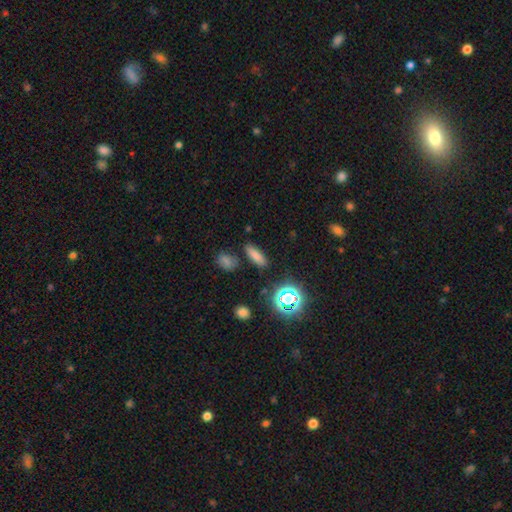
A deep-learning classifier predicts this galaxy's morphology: Smooth or featured? Predicted: smooth (p=0.74). How rounded? Predicted: in between (p=0.55). Merging? Predicted: none (p=0.82).